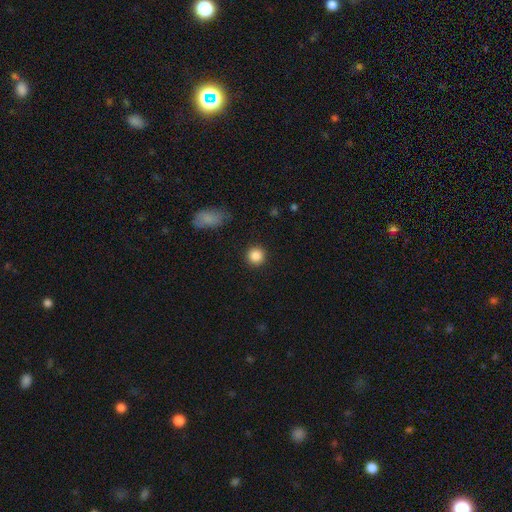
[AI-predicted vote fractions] smooth-or-featured: smooth: 86% | star or artifact: 10% | featured or disk: 4%
  how-rounded: round: 94% | in between: 5% | cigar-shaped: 1%
  merging: none: 91% | minor disturbance: 6% | major disturbance: 2% | merger: 1%